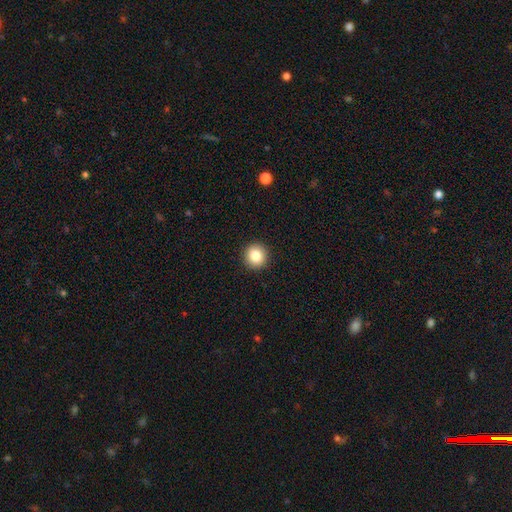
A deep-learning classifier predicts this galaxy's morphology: smooth_or_featured: smooth (p=0.84) [alt: star or artifact p=0.10]
how_rounded: round (p=0.93) [alt: in between p=0.06]
merging: none (p=0.93) [alt: minor disturbance p=0.05]